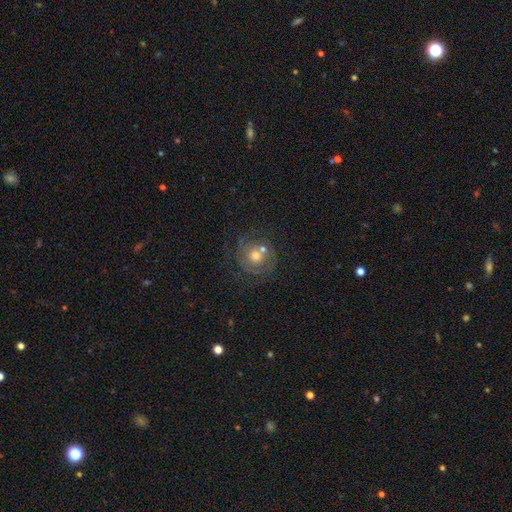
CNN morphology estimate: Overall: featured or disk (58%; smooth 30%). Edge-on disk: no (97%). Bar: no (82%). Spiral arms: yes (75%). Bulge size: moderate (69%). Merging: none (59%).